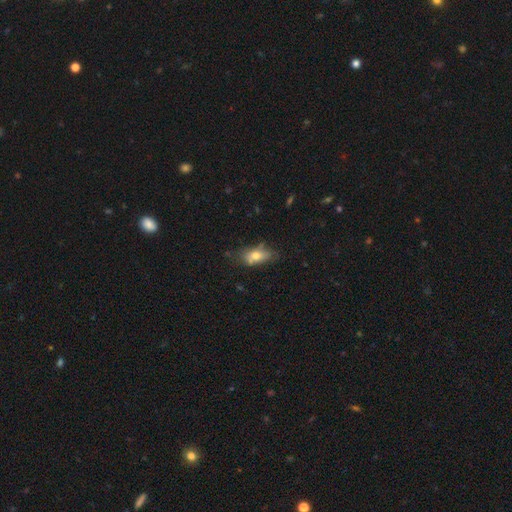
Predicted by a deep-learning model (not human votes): smooth_or_featured: smooth (p=0.65) [alt: featured or disk p=0.26]
how_rounded: in between (p=0.83) [alt: cigar-shaped p=0.11]
merging: none (p=0.54) [alt: minor disturbance p=0.29]